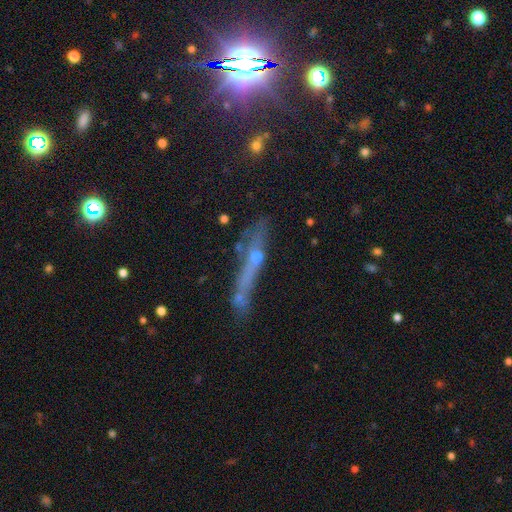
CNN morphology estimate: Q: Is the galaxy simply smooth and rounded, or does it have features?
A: featured or disk — 46%.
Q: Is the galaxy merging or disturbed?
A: none — 50%.